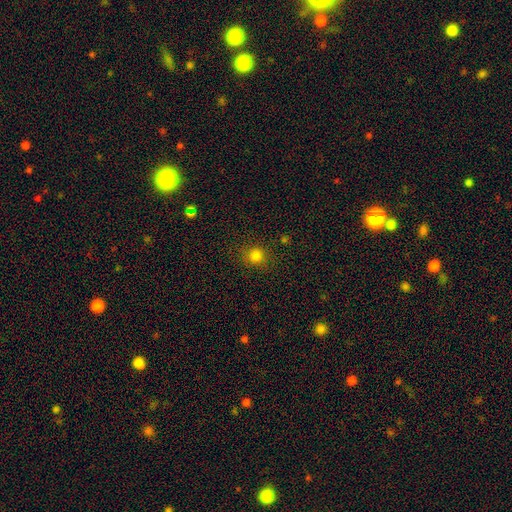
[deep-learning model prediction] This appears to be a smooth galaxy with no disk features (81%) that is round (88%). Merging: none (86%).